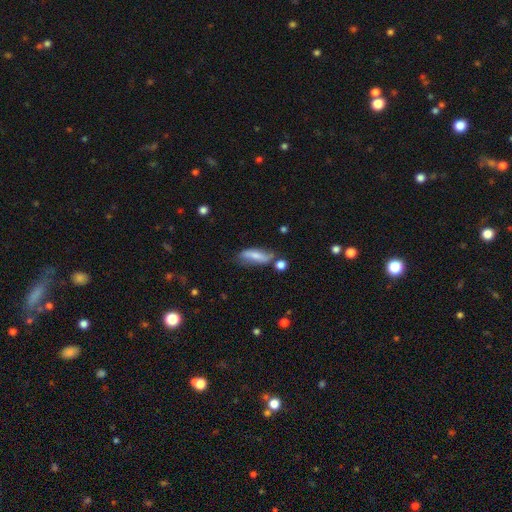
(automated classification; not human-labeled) A smooth galaxy with no disk features (59%) that is in between round and cigar-shaped (57%). Merging: none (52%).